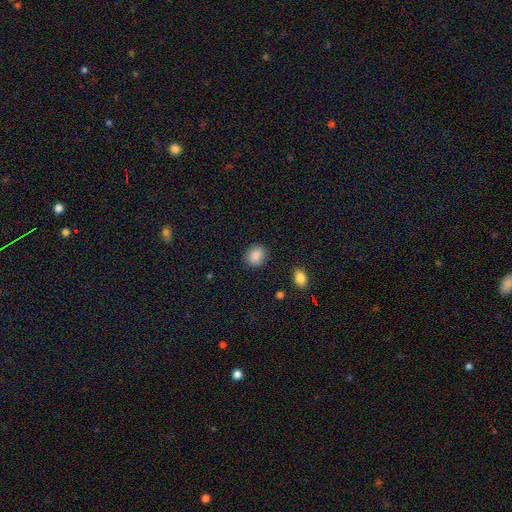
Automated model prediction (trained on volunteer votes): Overall: smooth (87%). How rounded: round (69%; in between 30%). Merging: none (88%).